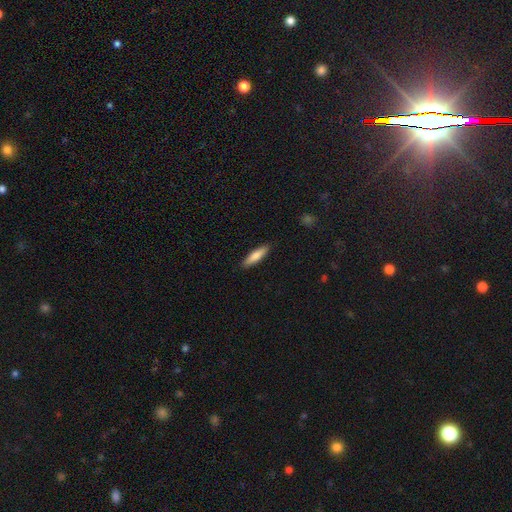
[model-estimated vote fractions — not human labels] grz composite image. It shows a smooth galaxy with no disk features (77%) that is cigar-shaped (72%). Merging: none (89%).